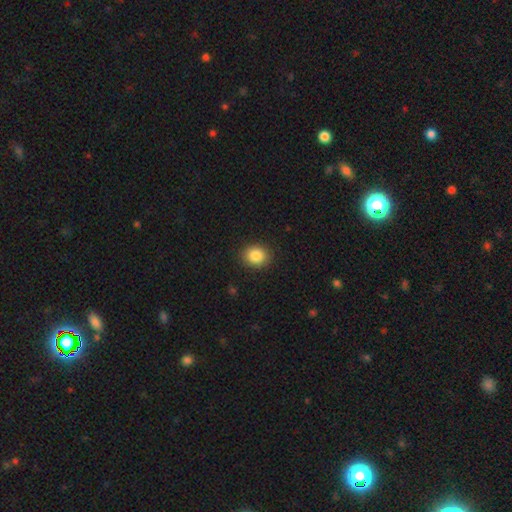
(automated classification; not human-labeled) Overall: smooth (86%). How rounded: round (70%). Merging: none (89%).